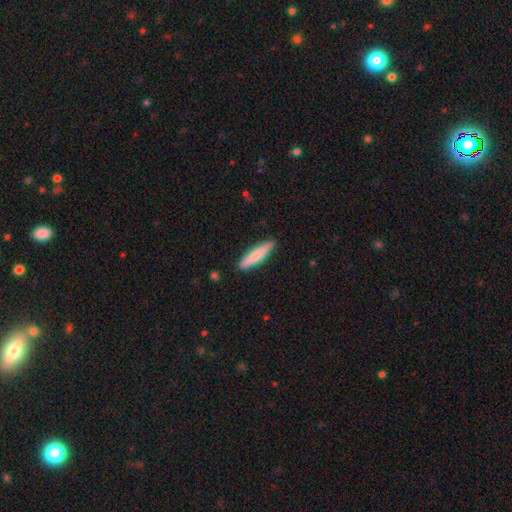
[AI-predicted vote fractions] This is likely a smooth galaxy (77%). How rounded: clearly cigar-shaped (83%). Merging: clearly none (87%).